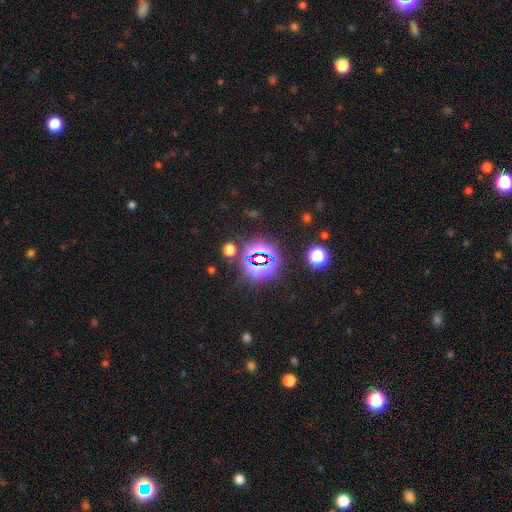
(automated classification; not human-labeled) This is likely a star or artifact rather than a galaxy (75%).